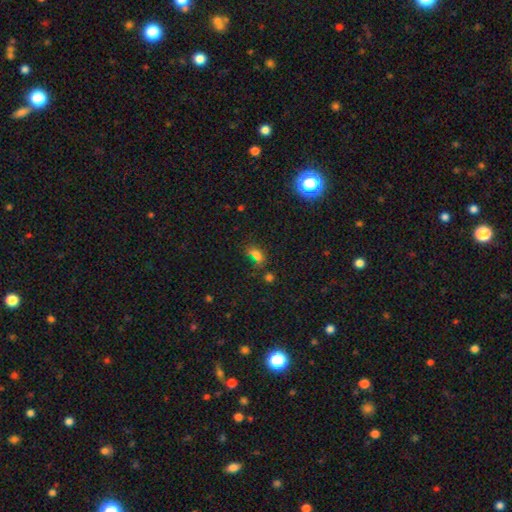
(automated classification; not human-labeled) This appears to be a smooth galaxy with no disk features (70%) that is in between round and cigar-shaped (75%). Merging: none (56%).